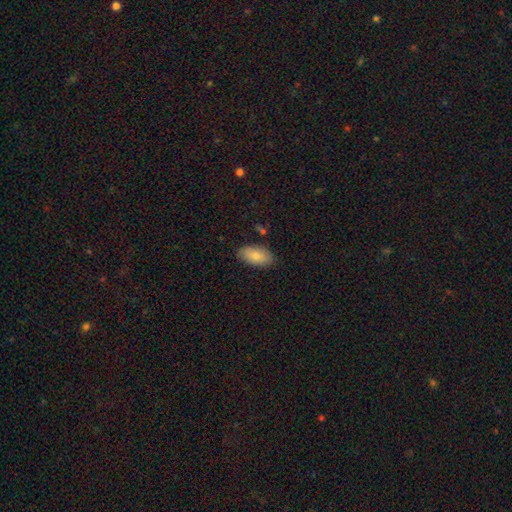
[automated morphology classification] A smooth galaxy with no disk features (82%) that is in between round and cigar-shaped (93%).

Vote fractions:
- Smooth or featured? smooth: 82% / featured or disk: 11% / star or artifact: 7%
- How rounded? in between: 93% / cigar-shaped: 3% / round: 3%
- Merging? none: 84% / minor disturbance: 11% / major disturbance: 2% / merger: 2%